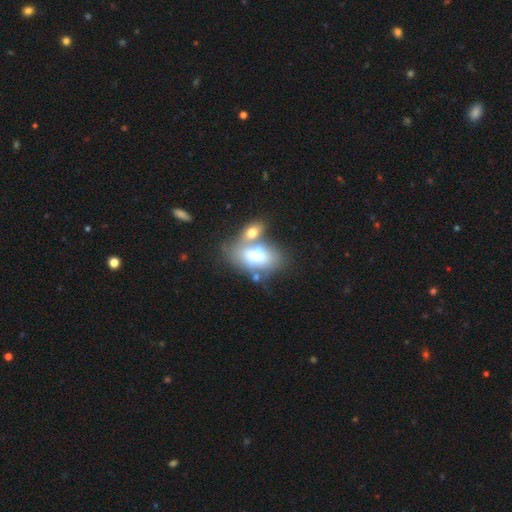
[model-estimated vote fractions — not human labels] The model was most divided on "merging": merger: 49%, none: 31%, minor disturbance: 12%, major disturbance: 7%. More confident: how rounded — in between (87%); smooth or featured — smooth (65%).